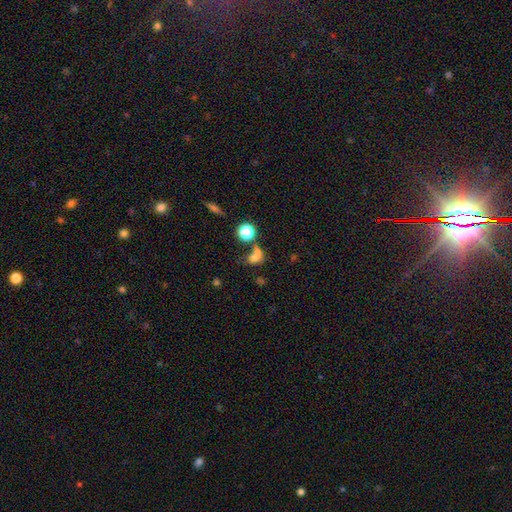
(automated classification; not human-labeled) Overall: smooth (64%). How rounded: round (52%; in between 46%). Merging: merger (48%; none 31%).